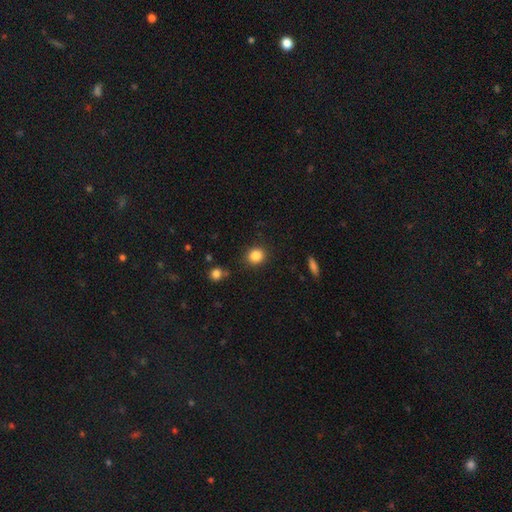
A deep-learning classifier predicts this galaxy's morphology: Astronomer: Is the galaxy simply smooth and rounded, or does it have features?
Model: smooth — 85%.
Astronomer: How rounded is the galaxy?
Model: round — 82%.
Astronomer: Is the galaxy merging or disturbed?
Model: none — 88%.